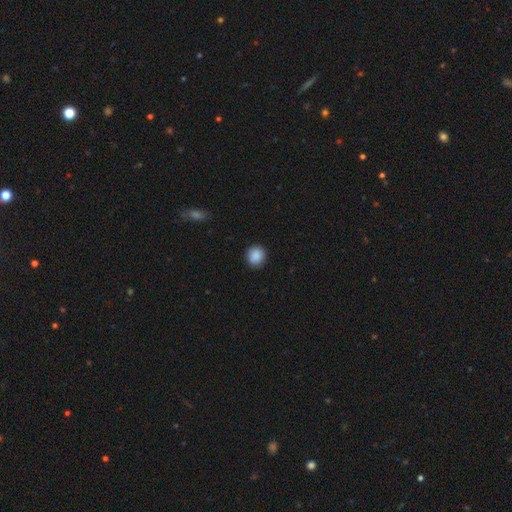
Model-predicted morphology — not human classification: Smooth or featured: smooth — 89% (star or artifact — 8%)
How rounded: round — 85% (in between — 14%)
Merging: none — 90% (minor disturbance — 7%)